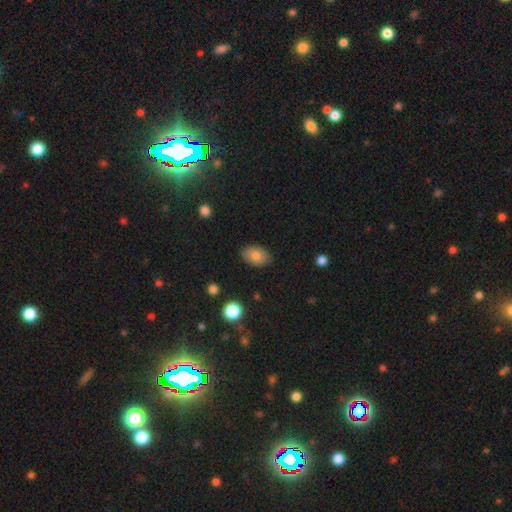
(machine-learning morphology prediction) This appears to be a smooth galaxy with no disk features (80%) that is in between round and cigar-shaped (86%). Merging: none (84%).